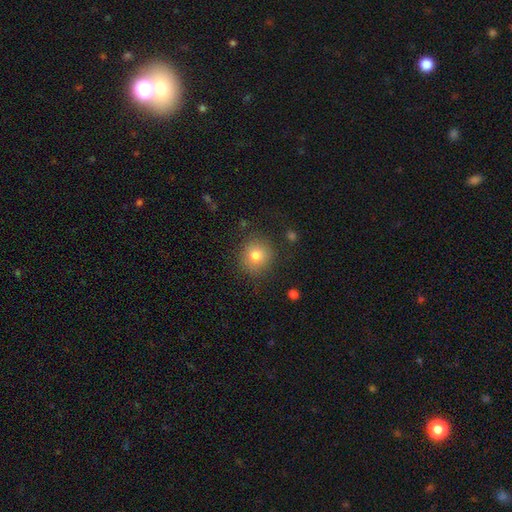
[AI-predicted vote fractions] Smooth or featured? Predicted: smooth (p=0.79). How rounded? Predicted: round (p=0.89). Merging? Predicted: none (p=0.85).